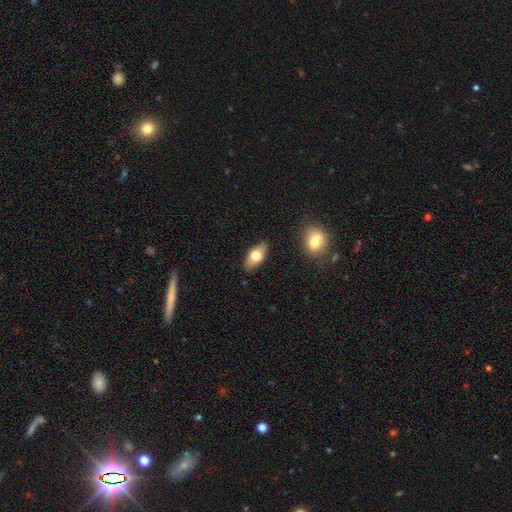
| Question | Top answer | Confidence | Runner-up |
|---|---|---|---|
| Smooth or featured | smooth | 68% | featured or disk (26%) |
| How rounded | in between | 81% | cigar-shaped (15%) |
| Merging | none | 81% | minor disturbance (14%) |